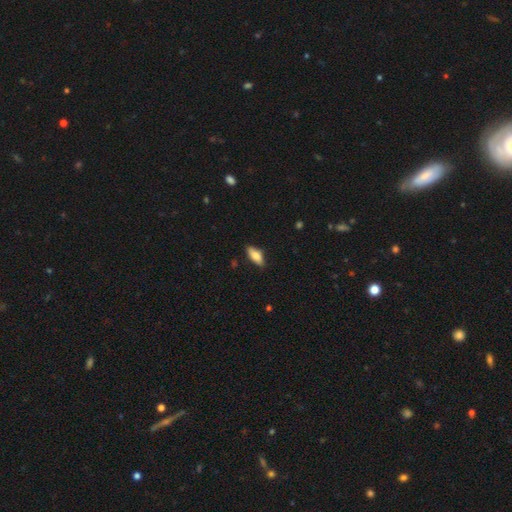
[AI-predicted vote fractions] smooth 79%, featured or disk 15%, star or artifact 6%. Down the decision tree: how rounded — in between (80%); merging — none (84%).